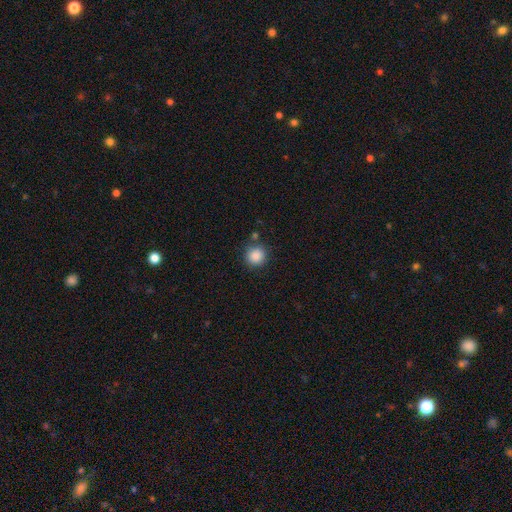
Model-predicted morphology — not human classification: A smooth galaxy with no disk features (87%) that is round (92%). Merging: none (82%).